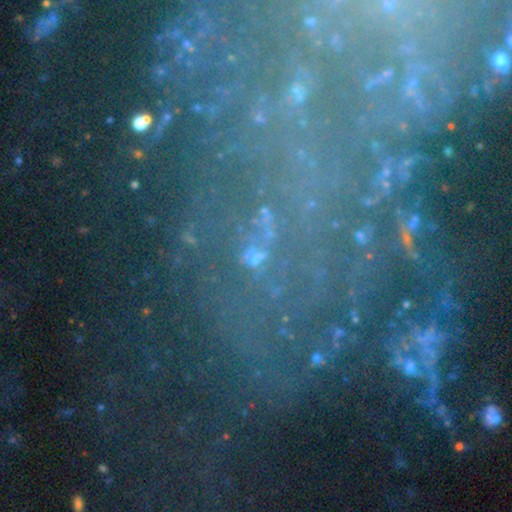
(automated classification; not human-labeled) Smooth or featured: star or artifact — 49% (featured or disk — 32%)